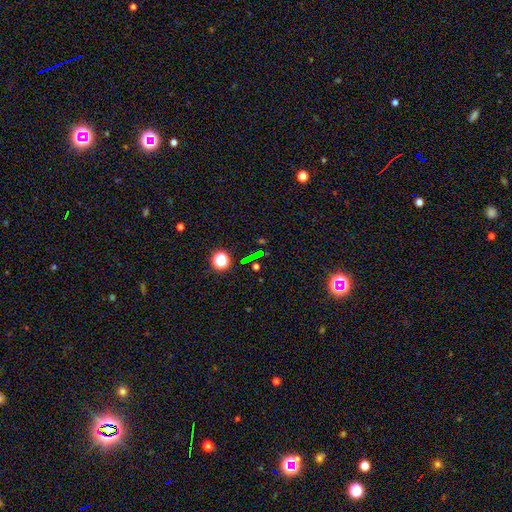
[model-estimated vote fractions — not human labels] Smooth or featured: star or artifact — 60% (smooth — 27%)